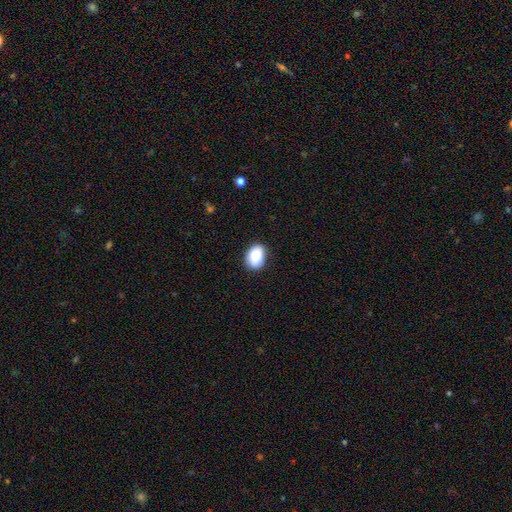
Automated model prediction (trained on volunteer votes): This appears to be a smooth galaxy with no disk features (85%) that is in between round and cigar-shaped (77%). Merging: none (78%).